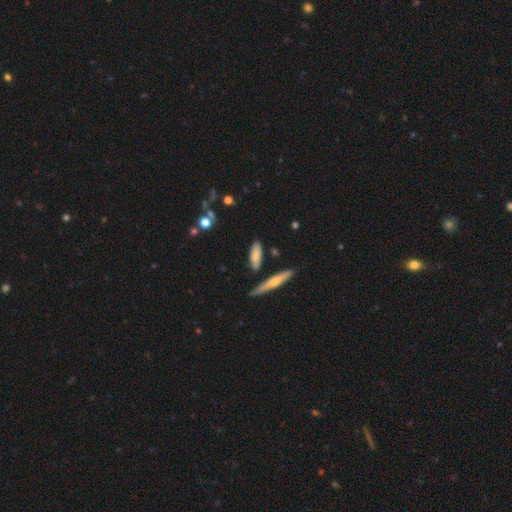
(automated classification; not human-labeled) Overall: smooth (75%). How rounded: in between (53%; cigar-shaped 44%). Merging: none (77%).